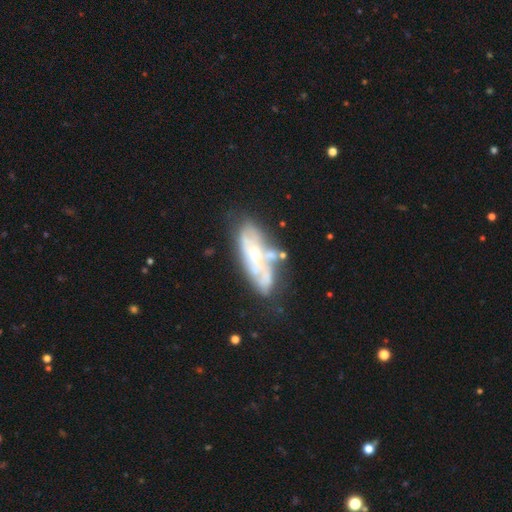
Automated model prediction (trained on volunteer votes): Smooth or featured? Predicted: featured or disk (p=0.71). Edge-on disk? Predicted: no (p=0.85). Bar? Predicted: no (p=0.72). Spiral arms? Predicted: yes (p=0.60). Bulge size? Predicted: small (p=0.51). Merging? Predicted: none (p=0.51).